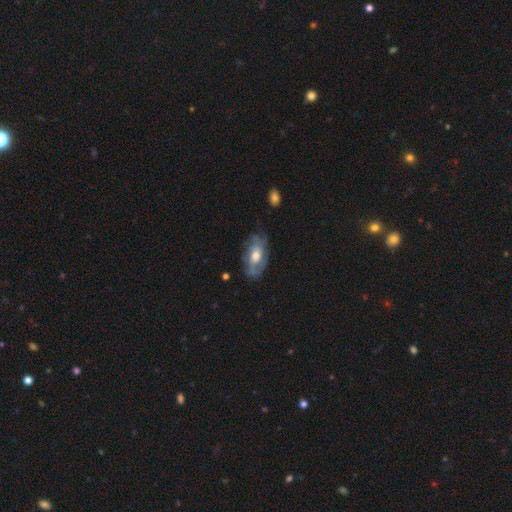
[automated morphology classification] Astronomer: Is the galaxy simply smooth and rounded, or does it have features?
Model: featured or disk — 65%.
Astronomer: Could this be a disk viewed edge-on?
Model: no — 91%.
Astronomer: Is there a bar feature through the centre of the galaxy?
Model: no — 72%.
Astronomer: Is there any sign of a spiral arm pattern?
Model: yes — 75%.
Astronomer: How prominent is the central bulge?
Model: moderate — 61%.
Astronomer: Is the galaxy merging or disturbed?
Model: none — 67%.